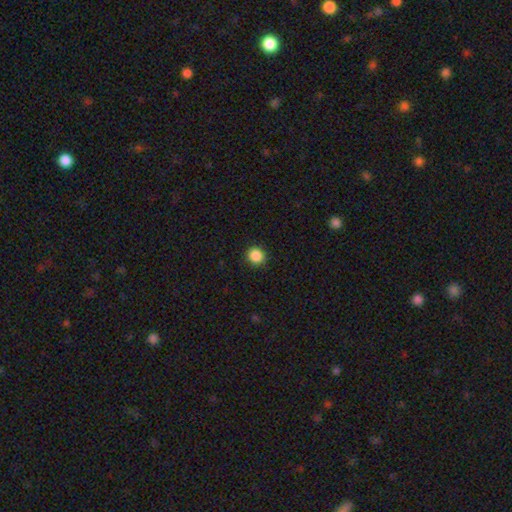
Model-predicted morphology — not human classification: Smooth or featured? Predicted: smooth (p=0.87). How rounded? Predicted: round (p=0.91). Merging? Predicted: none (p=0.91).